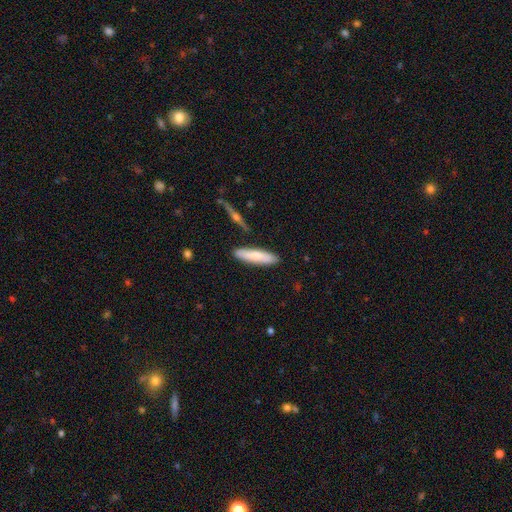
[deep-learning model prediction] Smooth or featured?
  - smooth: 73% *
  - featured or disk: 21%
  - star or artifact: 6%
How rounded?
  - cigar-shaped: 73% *
  - in between: 25%
  - round: 2%
Merging?
  - none: 85% *
  - minor disturbance: 10%
  - merger: 3%
  - major disturbance: 2%